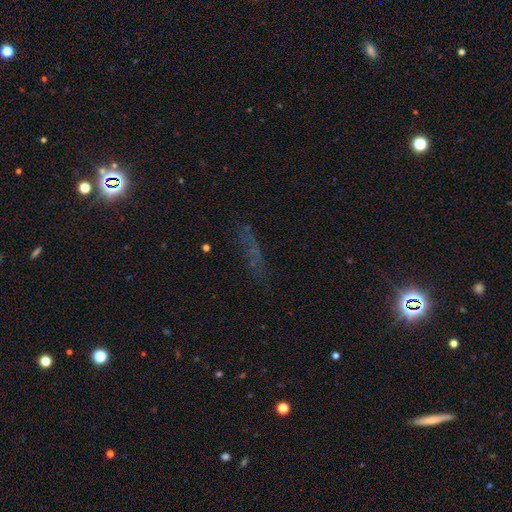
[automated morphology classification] The model was most divided on "smooth or featured": star or artifact: 48%, smooth: 30%, featured or disk: 22%.